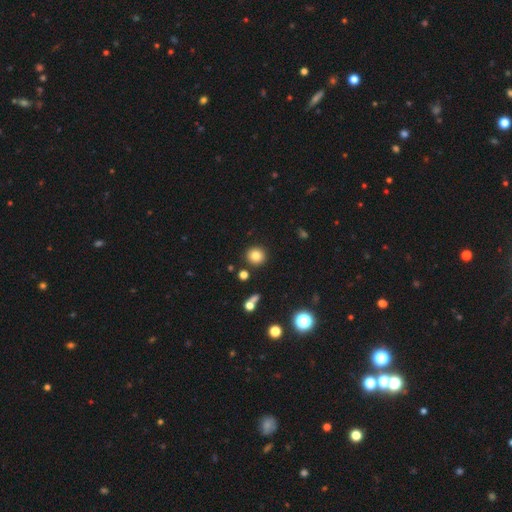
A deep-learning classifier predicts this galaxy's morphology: A smooth galaxy with no disk features (82%) that is round (91%).

Vote fractions:
- Smooth or featured? smooth: 82% / star or artifact: 11% / featured or disk: 7%
- How rounded? round: 91% / in between: 8% / cigar-shaped: 1%
- Merging? none: 89% / minor disturbance: 6% / merger: 3% / major disturbance: 2%